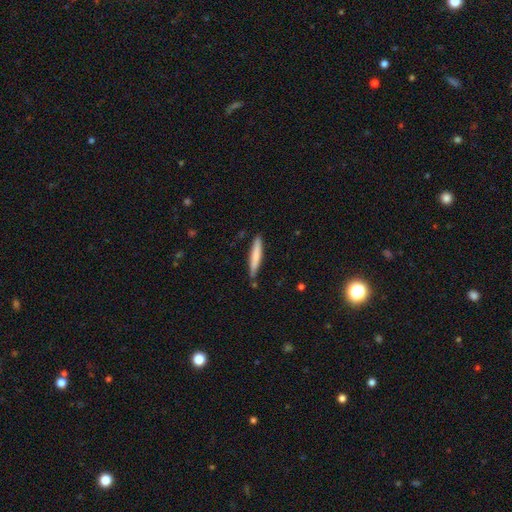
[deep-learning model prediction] Smooth or featured? smooth (73%)
How rounded? cigar-shaped (94%)
Merging? none (82%)